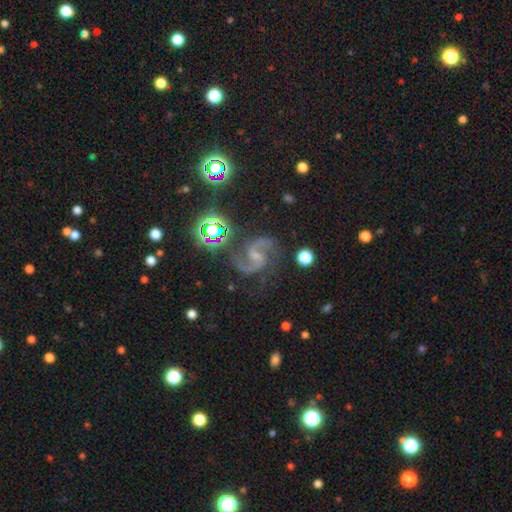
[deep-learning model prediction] smooth_or_featured: featured or disk (p=0.87) [alt: star or artifact p=0.09]
disk_edge_on: no (p=0.98) [alt: yes p=0.02]
bar: weak (p=0.52) [alt: no p=0.30]
has_spiral_arms: yes (p=0.98) [alt: no p=0.02]
spiral_winding: medium (p=0.54) [alt: loose p=0.39]
spiral_arm_count: 2 (p=0.93) [alt: can't tell p=0.02]
bulge_size: small (p=0.48) [alt: none p=0.25]
merging: none (p=0.71) [alt: minor disturbance p=0.16]